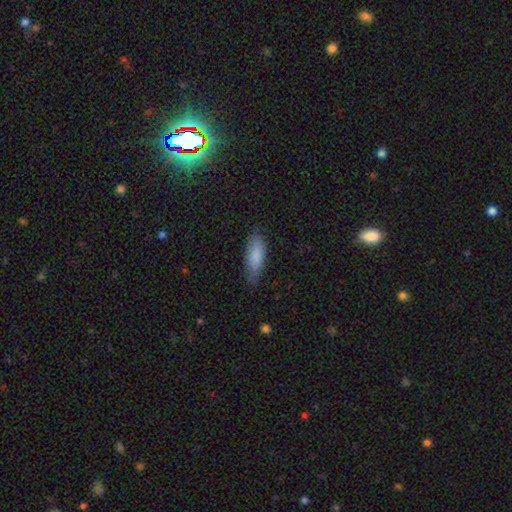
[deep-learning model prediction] smooth 85%, featured or disk 9%, star or artifact 6%. Down the decision tree: how rounded — in between (65%); merging — none (75%).